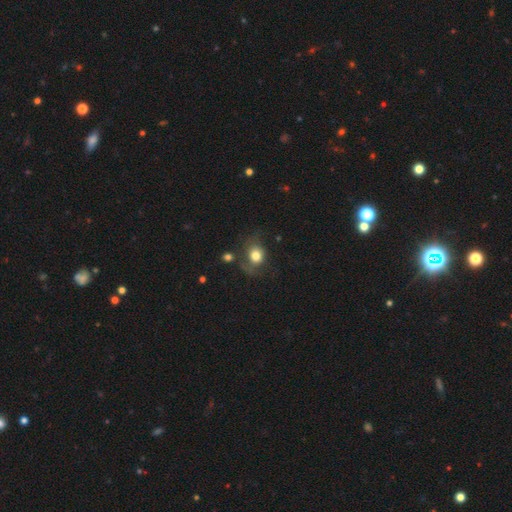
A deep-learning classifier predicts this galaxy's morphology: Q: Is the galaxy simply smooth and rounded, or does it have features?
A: smooth — 75%.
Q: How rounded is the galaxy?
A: round — 60%.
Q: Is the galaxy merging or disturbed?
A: none — 51%.